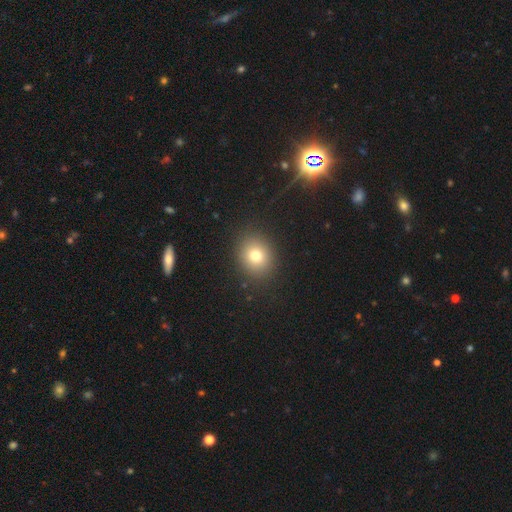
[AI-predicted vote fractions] Overall: smooth (77%). How rounded: round (72%). Merging: none (89%).